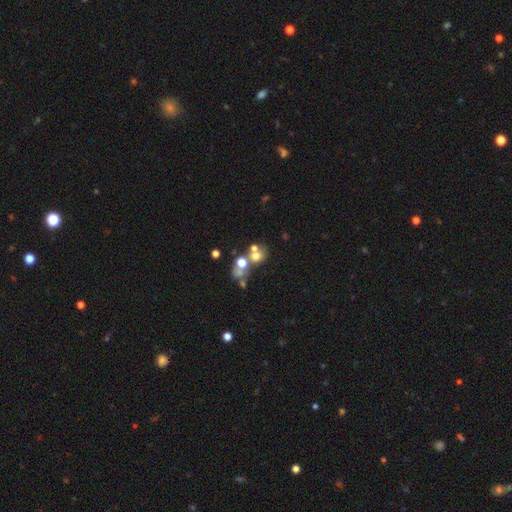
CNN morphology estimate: A smooth galaxy with no disk features (54%) that is round (69%).

Vote fractions:
- Smooth or featured? smooth: 54% / featured or disk: 24% / star or artifact: 22%
- How rounded? round: 69% / in between: 30% / cigar-shaped: 2%
- Merging? merger: 47% / none: 36% / minor disturbance: 9% / major disturbance: 8%